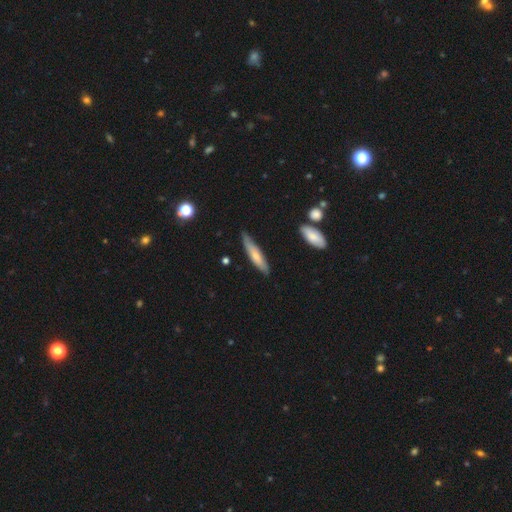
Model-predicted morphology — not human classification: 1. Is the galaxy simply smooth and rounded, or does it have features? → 66% smooth, 29% featured or disk, 5% star or artifact.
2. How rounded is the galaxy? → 80% cigar-shaped, 19% in between, 2% round.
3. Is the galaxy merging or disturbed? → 79% none, 16% minor disturbance, 2% major disturbance, 2% merger.